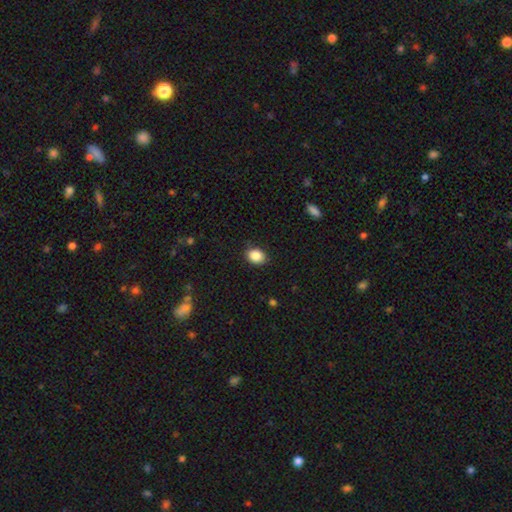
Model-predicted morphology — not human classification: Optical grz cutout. It shows a smooth galaxy with no disk features (87%) that is in between round and cigar-shaped (54%). Merging: none (85%).